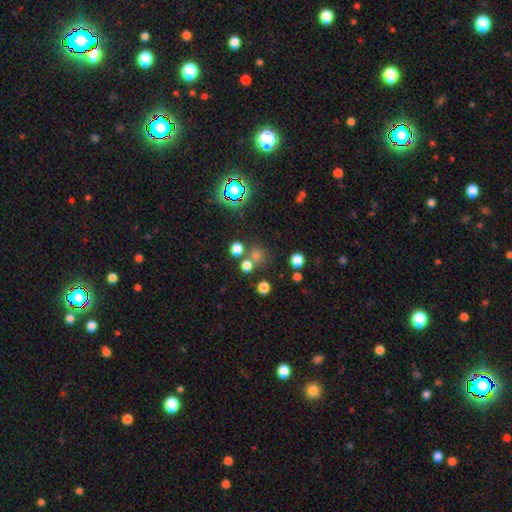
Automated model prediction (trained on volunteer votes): Smooth or featured? smooth (53%)
How rounded? round (87%)
Merging? none (66%)